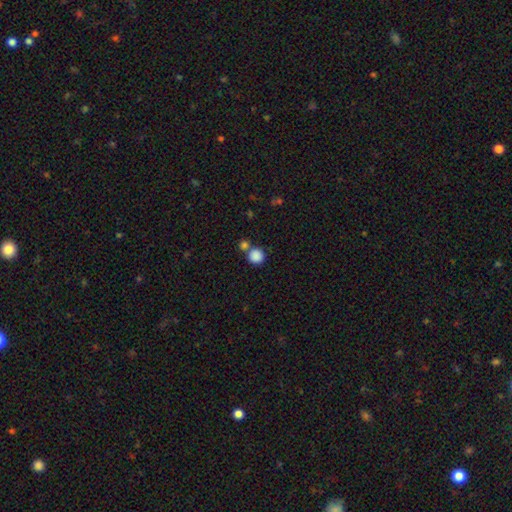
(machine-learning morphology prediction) Smooth or featured? Predicted: smooth (p=0.87). How rounded? Predicted: round (p=0.92). Merging? Predicted: none (p=0.61).